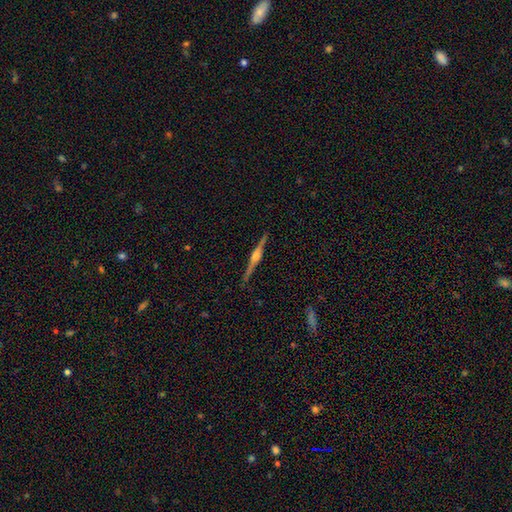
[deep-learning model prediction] Overall: featured or disk (84%). Edge-on disk: yes (98%). Edge-on bulge: rounded (80%). Merging: none (91%).